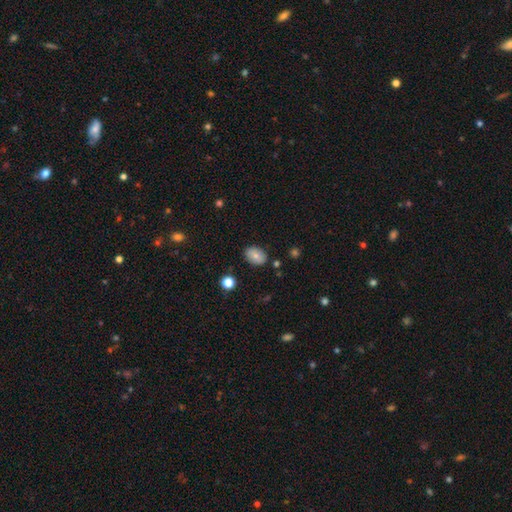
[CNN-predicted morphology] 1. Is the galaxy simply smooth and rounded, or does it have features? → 75% smooth, 16% featured or disk, 9% star or artifact.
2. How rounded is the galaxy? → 78% in between, 21% round, 1% cigar-shaped.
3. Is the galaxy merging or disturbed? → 82% none, 13% minor disturbance, 3% major disturbance, 2% merger.